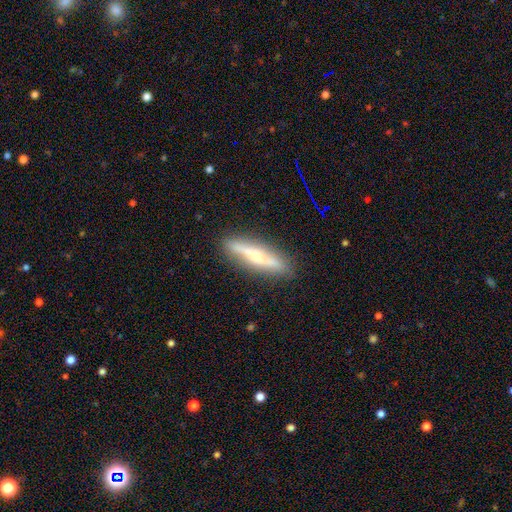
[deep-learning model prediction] A featured or disk galaxy (62%) viewed edge-on (86%) with a rounded central bulge (76%). Merging: none (86%).